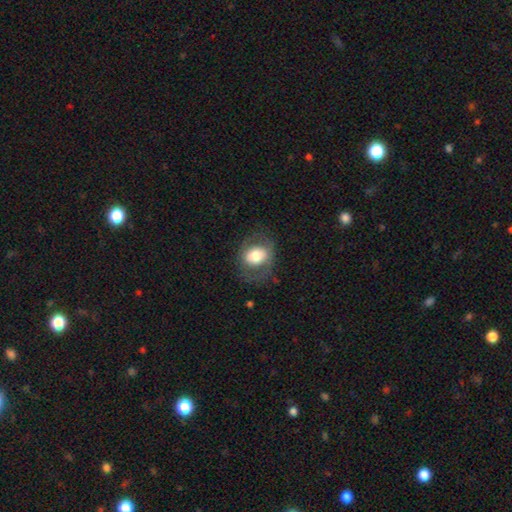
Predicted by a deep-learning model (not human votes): Smooth or featured? smooth (60%)
How rounded? round (51%)
Merging? none (68%)